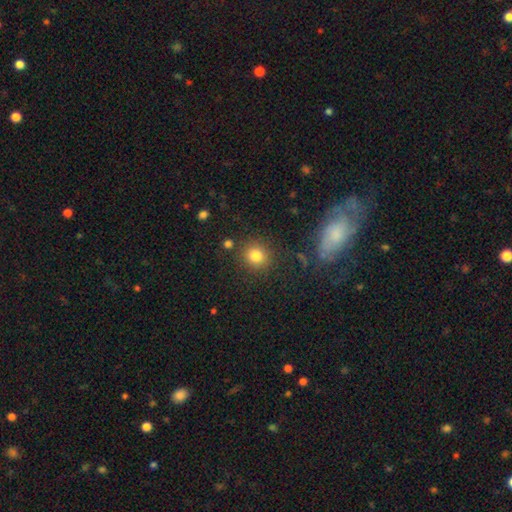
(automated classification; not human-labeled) Smooth or featured?
  - smooth: 80% *
  - star or artifact: 14%
  - featured or disk: 6%
How rounded?
  - round: 88% *
  - in between: 11%
  - cigar-shaped: 1%
Merging?
  - none: 85% *
  - minor disturbance: 8%
  - merger: 4%
  - major disturbance: 3%